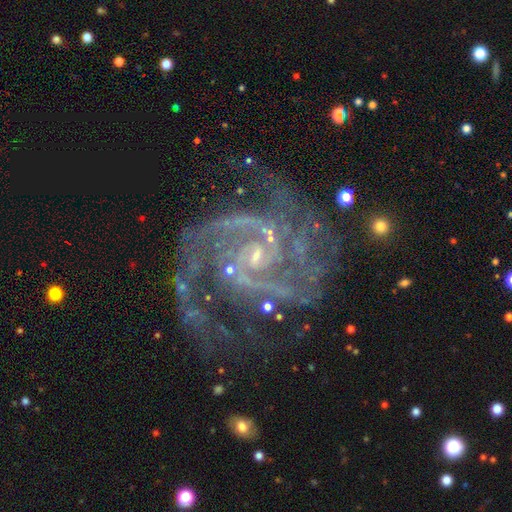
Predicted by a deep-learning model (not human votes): Smooth or featured? Predicted: featured or disk (p=0.92). Edge-on disk? Predicted: no (p=0.98). Bar? Predicted: no (p=0.44). Spiral arms? Predicted: yes (p=0.98). Spiral winding? Predicted: medium (p=0.55). Spiral arm count? Predicted: 2 (p=0.63). Bulge size? Predicted: small (p=0.74). Merging? Predicted: none (p=0.62).